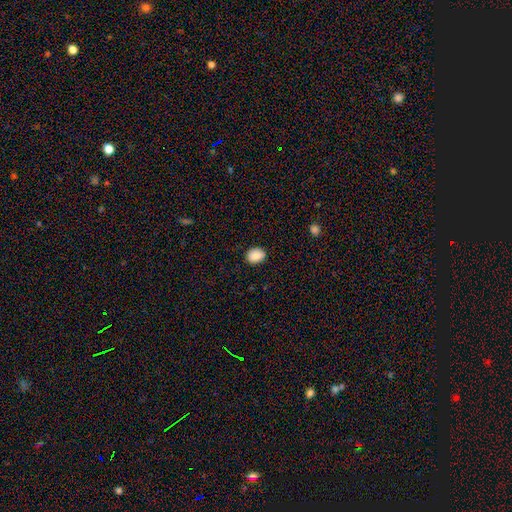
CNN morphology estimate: smooth-or-featured: smooth: 88% | star or artifact: 8% | featured or disk: 4%
  how-rounded: in between: 55% | round: 44% | cigar-shaped: 1%
  merging: none: 88% | minor disturbance: 9% | major disturbance: 2% | merger: 1%